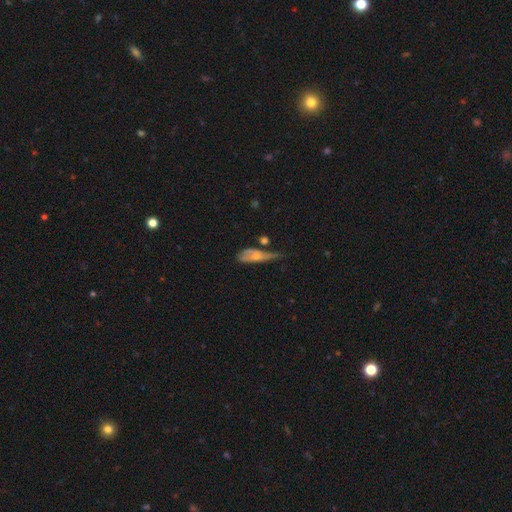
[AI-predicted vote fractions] Smooth or featured: smooth — 56% (featured or disk — 36%)
How rounded: in between — 61% (cigar-shaped — 34%)
Merging: minor disturbance — 32% (major disturbance — 29%)